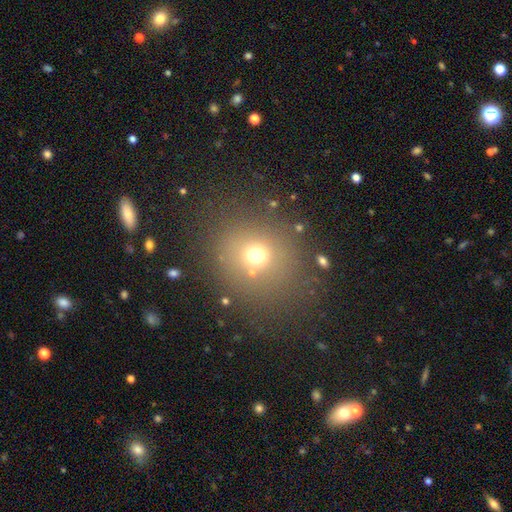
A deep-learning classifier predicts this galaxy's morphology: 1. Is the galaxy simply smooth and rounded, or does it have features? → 66% smooth, 23% star or artifact, 11% featured or disk.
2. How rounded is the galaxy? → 86% round, 13% in between, 1% cigar-shaped.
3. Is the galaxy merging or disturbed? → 75% none, 11% minor disturbance, 8% major disturbance, 7% merger.